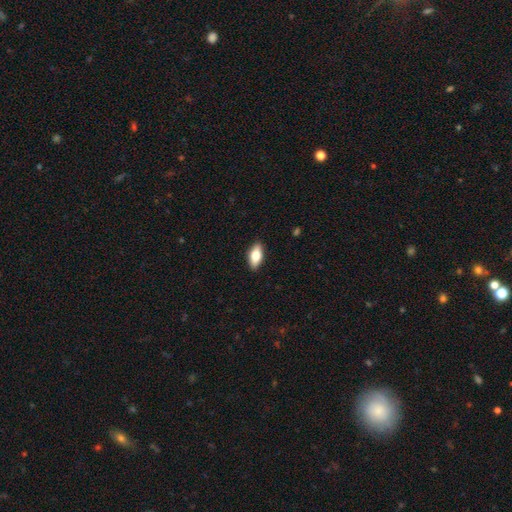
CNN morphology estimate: smooth-or-featured: smooth: 71% | featured or disk: 22% | star or artifact: 6%
  how-rounded: in between: 83% | cigar-shaped: 14% | round: 3%
  merging: none: 89% | minor disturbance: 8% | major disturbance: 2% | merger: 1%